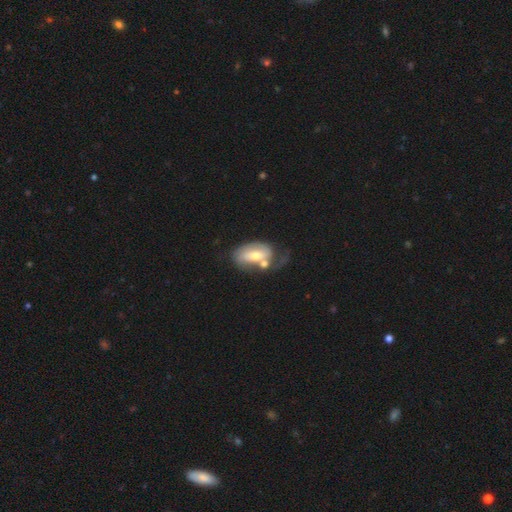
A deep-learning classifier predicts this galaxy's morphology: This is possibly a featured or disk galaxy (56%). It is clearly not viewed edge-on (93%). Bar: possibly no (48%). Spiral arm pattern: likely yes (65%). Central bulge: possibly moderate (59%). Merging: marginally merger (29%).